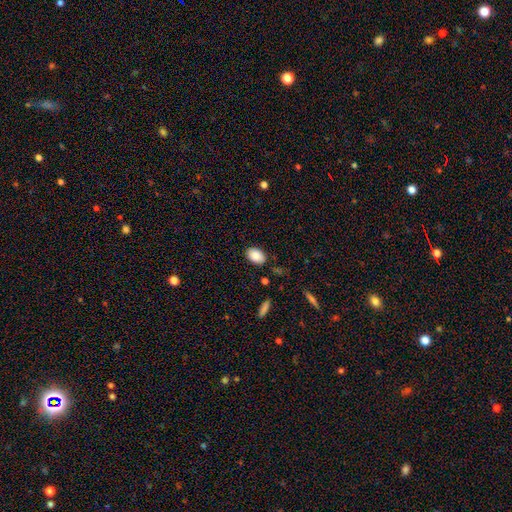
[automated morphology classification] This is clearly a smooth galaxy (87%). How rounded: clearly in between (86%). Merging: clearly none (86%).